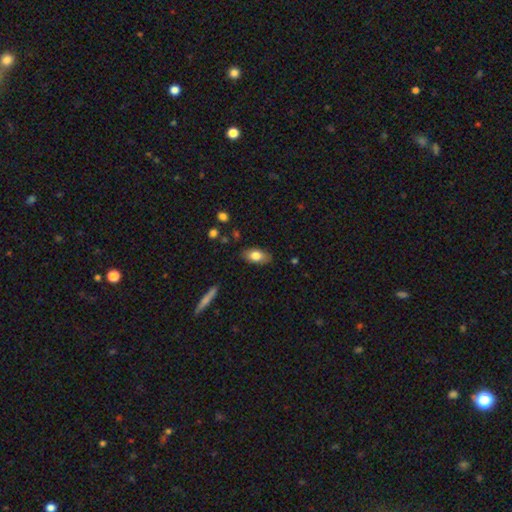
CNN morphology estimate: Smooth or featured? Predicted: smooth (p=0.77). How rounded? Predicted: in between (p=0.89). Merging? Predicted: none (p=0.84).